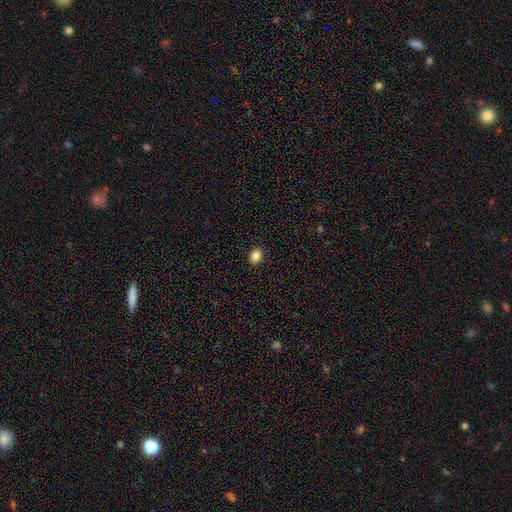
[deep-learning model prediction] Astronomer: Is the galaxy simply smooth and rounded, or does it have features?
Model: smooth — 86%.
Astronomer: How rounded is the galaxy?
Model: in between — 66%.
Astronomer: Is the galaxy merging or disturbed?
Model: none — 91%.